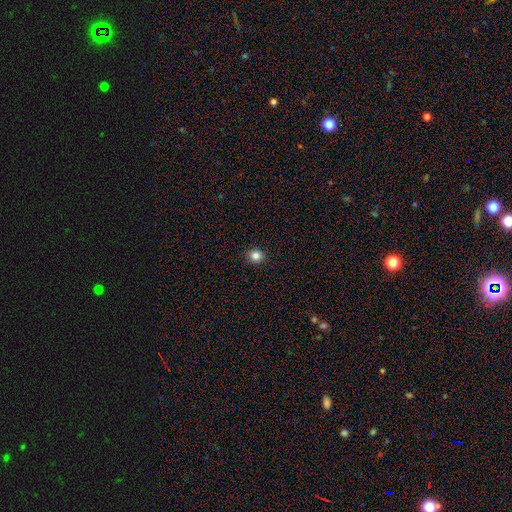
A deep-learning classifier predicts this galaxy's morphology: Smooth or featured: smooth — 84% (star or artifact — 11%)
How rounded: round — 80% (in between — 19%)
Merging: none — 92% (minor disturbance — 6%)